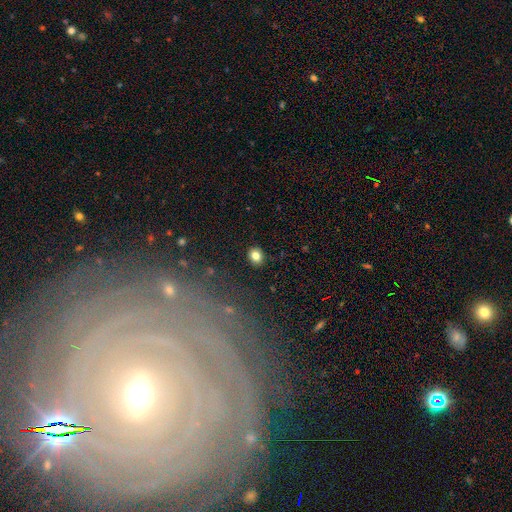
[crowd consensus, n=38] Smooth or featured? smooth (89%)
How rounded? round (82%)
Merging? none (77%)